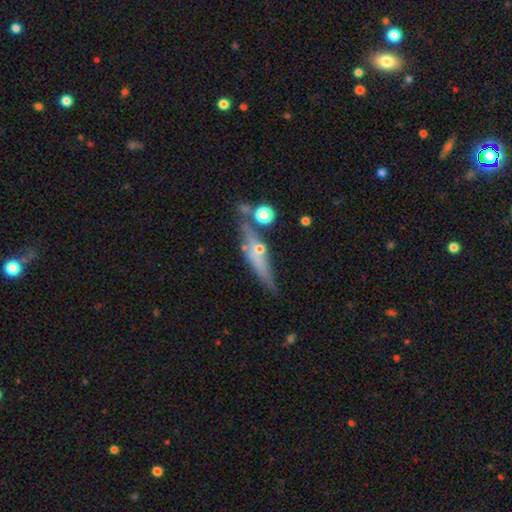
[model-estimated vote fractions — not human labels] Overall: featured or disk (60%; smooth 29%). Edge-on disk: yes (85%). Edge-on bulge: rounded (68%). Merging: none (69%).